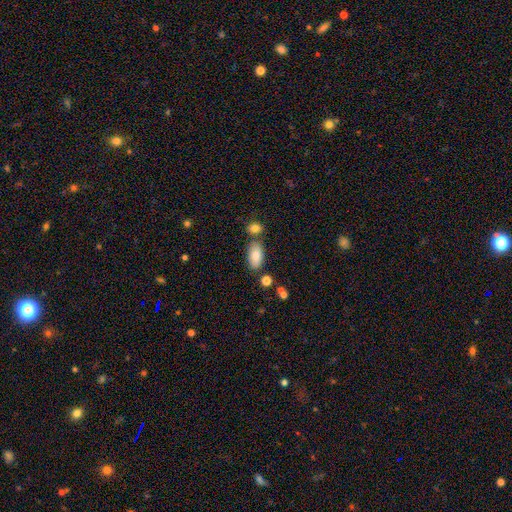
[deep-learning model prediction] This appears to be a smooth galaxy with no disk features (81%) that is in between round and cigar-shaped (93%). Merging: none (71%).